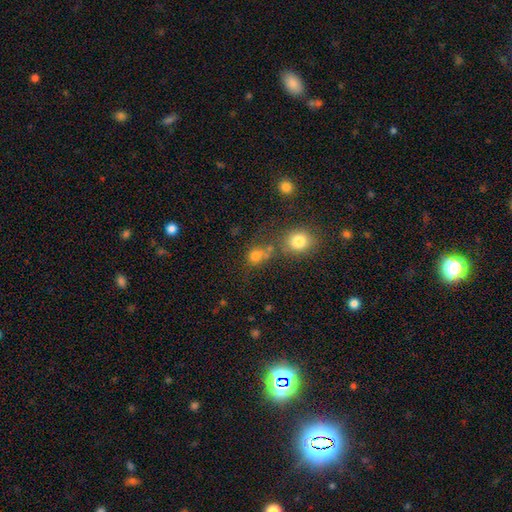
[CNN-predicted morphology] Overall: smooth (73%). How rounded: round (68%; in between 30%). Merging: none (48%; merger 27%).